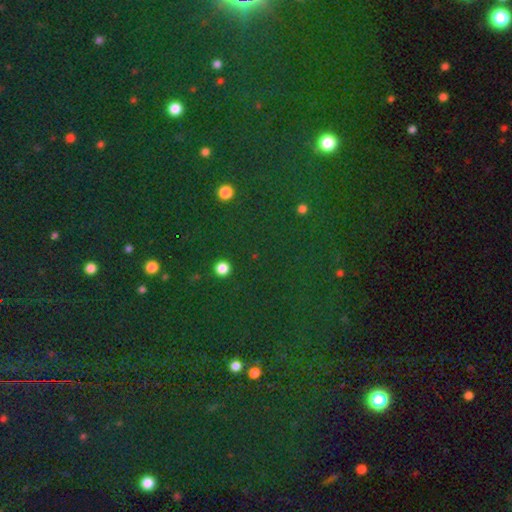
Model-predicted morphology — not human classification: The model was most divided on "smooth or featured": star or artifact: 74%, smooth: 17%, featured or disk: 9%.